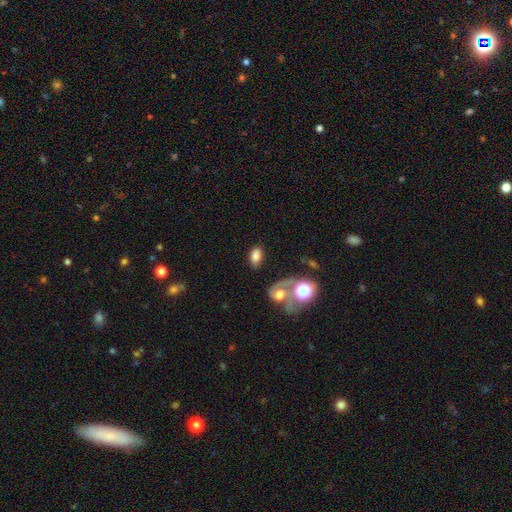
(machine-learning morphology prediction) smooth-or-featured: smooth: 77% | featured or disk: 13% | star or artifact: 10%
  how-rounded: in between: 89% | round: 9% | cigar-shaped: 2%
  merging: none: 69% | minor disturbance: 13% | merger: 11% | major disturbance: 7%